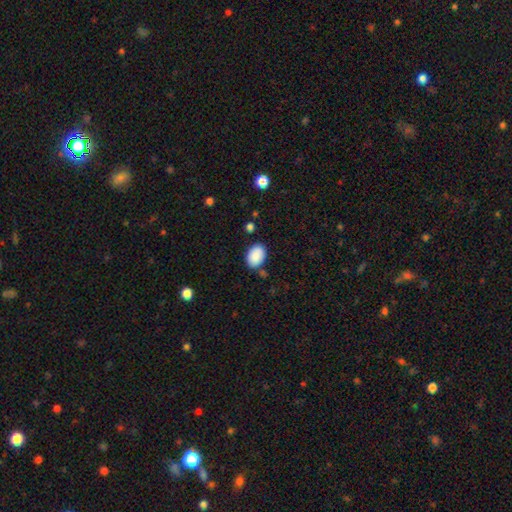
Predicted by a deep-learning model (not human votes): Morphology: type=smooth (89%); roundness=in between (85%); merging=none (79%).